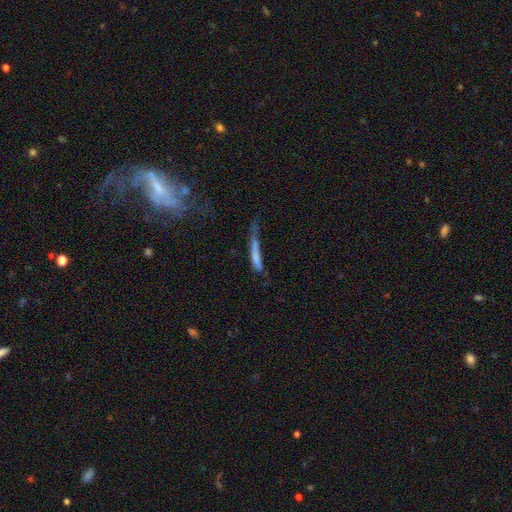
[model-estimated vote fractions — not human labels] This appears to be a smooth galaxy with no disk features (66%) that is cigar-shaped (90%). Merging: none (34%).